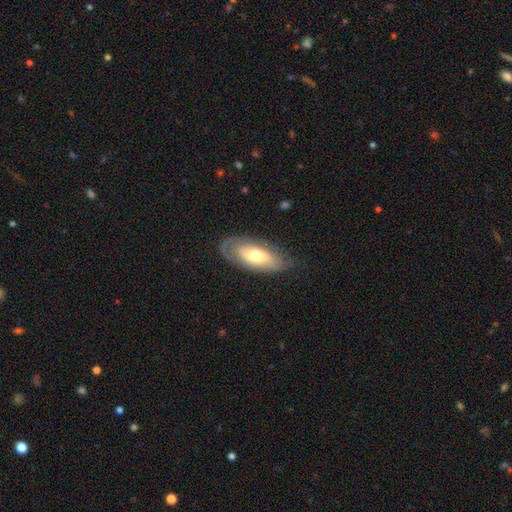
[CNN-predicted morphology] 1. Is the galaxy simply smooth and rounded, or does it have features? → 48% smooth, 46% featured or disk, 6% star or artifact.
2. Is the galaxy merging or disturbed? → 69% none, 21% minor disturbance, 8% major disturbance, 1% merger.